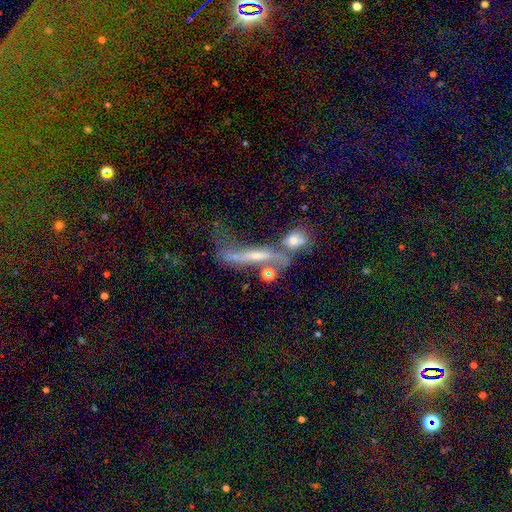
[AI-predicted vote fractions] This appears to be a featured or disk galaxy (62%) viewed edge-on (50%, tied with no). Merging: merger (44%).